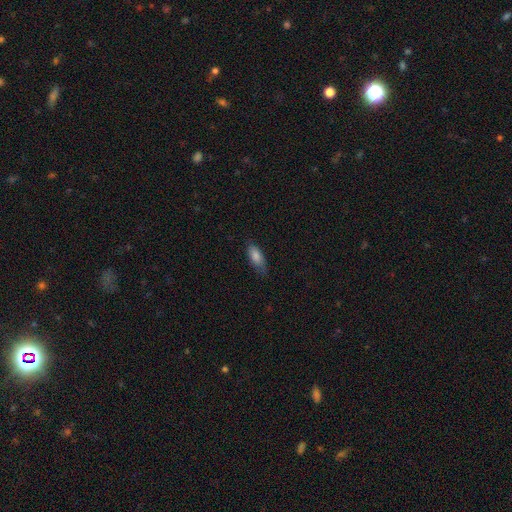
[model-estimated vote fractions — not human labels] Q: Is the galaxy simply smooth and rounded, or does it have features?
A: smooth — 82%.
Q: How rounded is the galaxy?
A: in between — 78%.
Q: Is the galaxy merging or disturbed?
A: none — 67%.